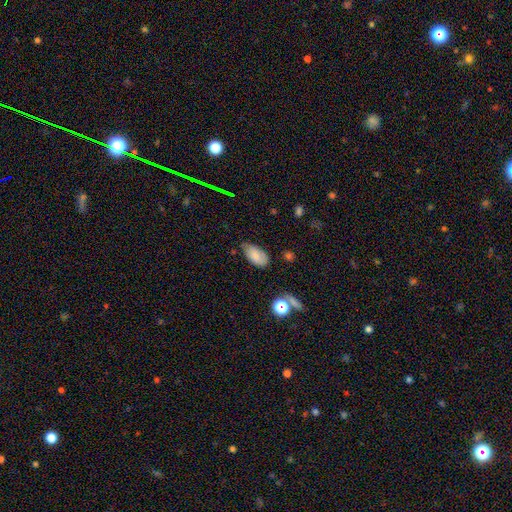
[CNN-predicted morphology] A smooth galaxy with no disk features (77%) that is in between round and cigar-shaped (94%).

Vote fractions:
- Smooth or featured? smooth: 77% / featured or disk: 13% / star or artifact: 10%
- How rounded? in between: 94% / round: 4% / cigar-shaped: 2%
- Merging? none: 60% / minor disturbance: 31% / major disturbance: 6% / merger: 2%